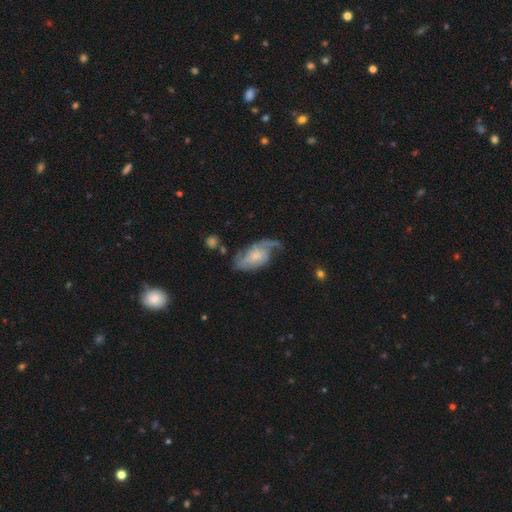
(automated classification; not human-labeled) smooth_or_featured: featured or disk (p=0.74) [alt: smooth p=0.20]
disk_edge_on: no (p=0.95) [alt: yes p=0.05]
bar: no (p=0.67) [alt: weak p=0.28]
has_spiral_arms: yes (p=0.92) [alt: no p=0.08]
spiral_winding: medium (p=0.41) [alt: loose p=0.37]
spiral_arm_count: 2 (p=0.61) [alt: 1 p=0.20]
bulge_size: small (p=0.50) [alt: moderate p=0.31]
merging: none (p=0.48) [alt: minor disturbance p=0.26]